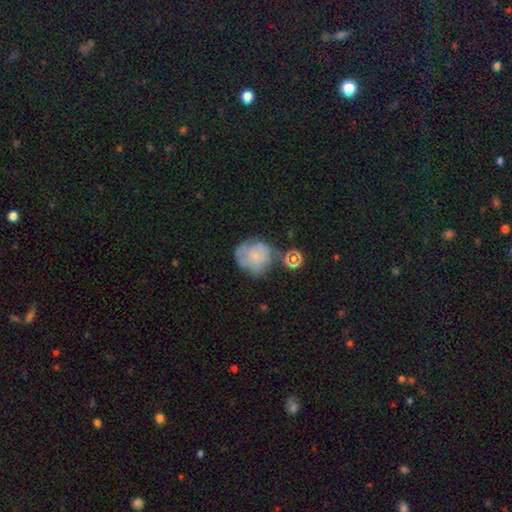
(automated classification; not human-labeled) smooth 47%, featured or disk 43%, star or artifact 11%. Down the decision tree: merging — none (46%).